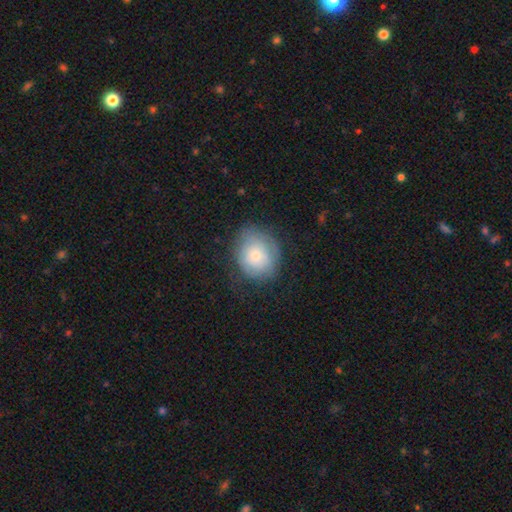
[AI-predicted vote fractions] Smooth or featured? Predicted: smooth (p=0.68). How rounded? Predicted: round (p=0.62). Merging? Predicted: none (p=0.68).